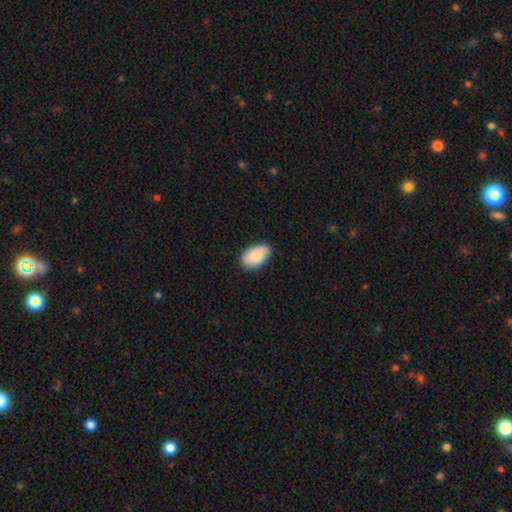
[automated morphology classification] type=smooth (88%); roundness=in between (94%); merging=none (84%).